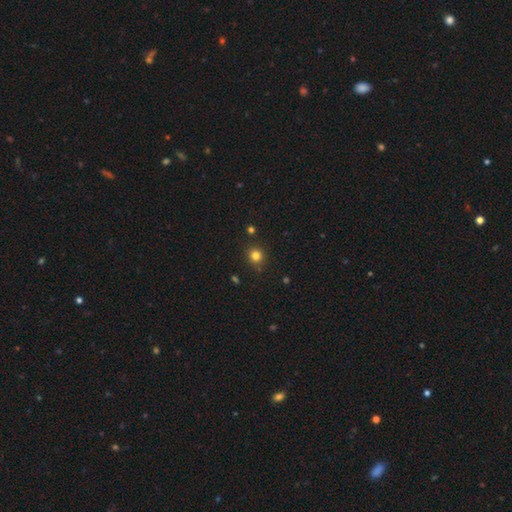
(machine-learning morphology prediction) Smooth or featured: smooth — 81% (star or artifact — 14%)
How rounded: round — 89% (in between — 10%)
Merging: none — 88% (minor disturbance — 8%)